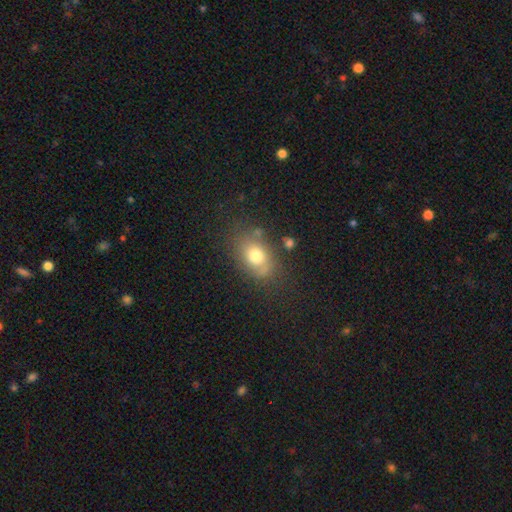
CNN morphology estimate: Smooth or featured: smooth — 72% (featured or disk — 16%)
How rounded: in between — 71% (round — 27%)
Merging: none — 68% (minor disturbance — 19%)